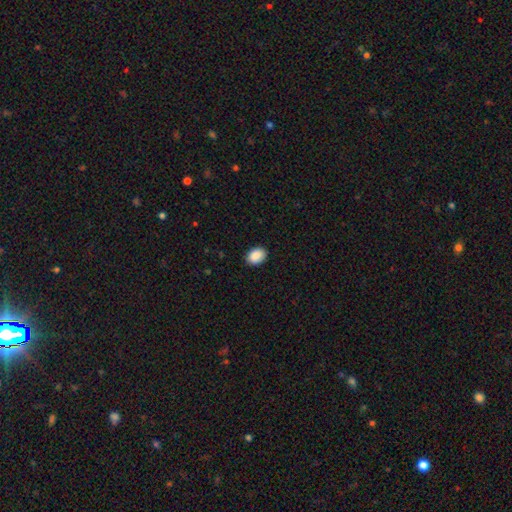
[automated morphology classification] smooth 90%, star or artifact 7%, featured or disk 3%. Down the decision tree: how rounded — in between (73%); merging — none (89%).